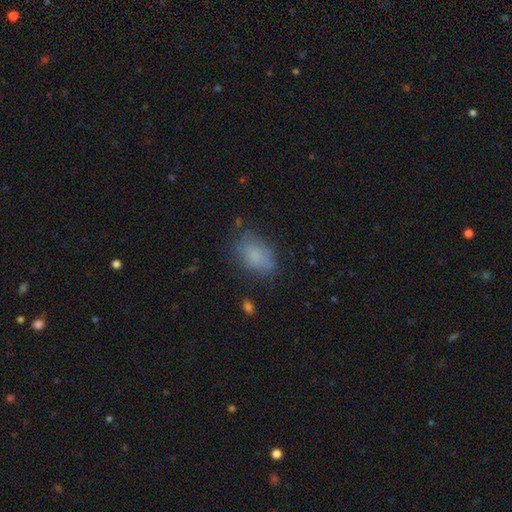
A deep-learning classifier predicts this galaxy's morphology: Q: Smooth or featured?
A: smooth (80%); runner-up: featured or disk (11%)
Q: How rounded?
A: in between (86%); runner-up: round (13%)
Q: Merging?
A: none (69%); runner-up: minor disturbance (21%)